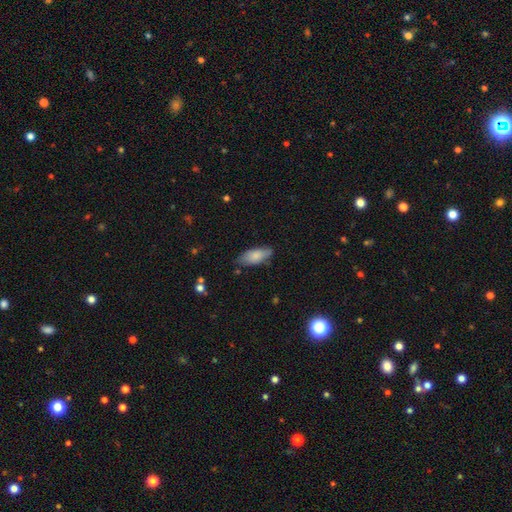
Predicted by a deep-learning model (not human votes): A smooth galaxy with no disk features (81%) that is in between round and cigar-shaped (80%).

Vote fractions:
- Smooth or featured? smooth: 81% / featured or disk: 13% / star or artifact: 6%
- How rounded? in between: 80% / cigar-shaped: 18% / round: 2%
- Merging? none: 73% / minor disturbance: 21% / major disturbance: 4% / merger: 2%